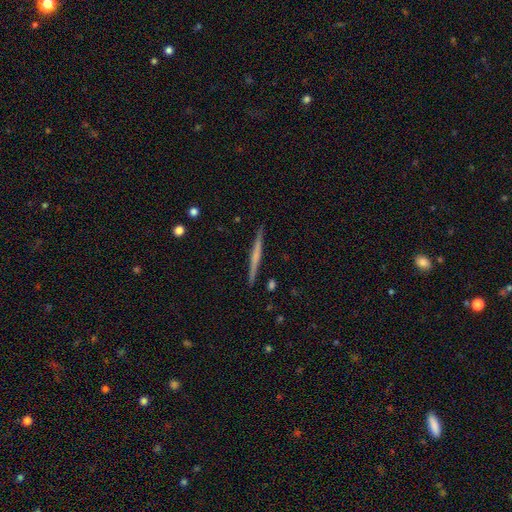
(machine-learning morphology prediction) A featured or disk galaxy (60%) viewed edge-on (98%) with no central bulge (65%).

Vote fractions:
- Smooth or featured? featured or disk: 60% / smooth: 35% / star or artifact: 5%
- Edge-on disk? yes: 98% / no: 2%
- Edge-on bulge? none: 65% / rounded: 25% / boxy: 11%
- Merging? none: 92% / minor disturbance: 6% / major disturbance: 1% / merger: 1%